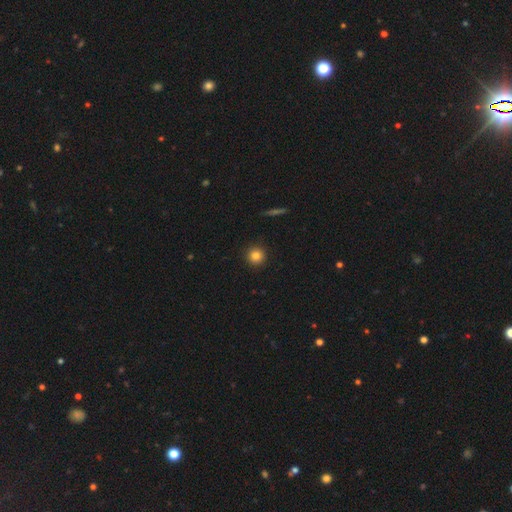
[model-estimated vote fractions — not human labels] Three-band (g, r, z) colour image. It shows a smooth galaxy with no disk features (83%) that is round (96%). Merging: none (93%).